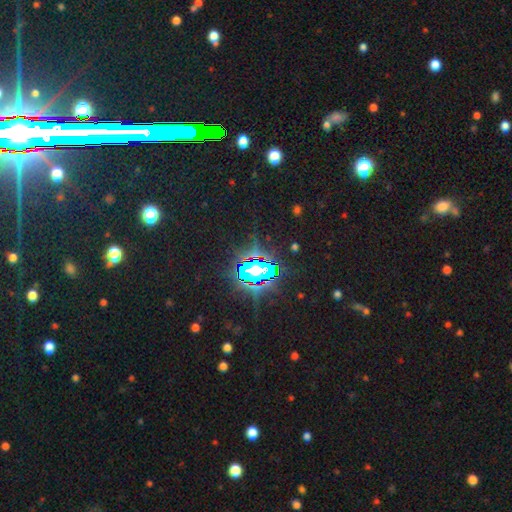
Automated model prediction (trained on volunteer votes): star or artifact 83%, smooth 10%, featured or disk 8%.